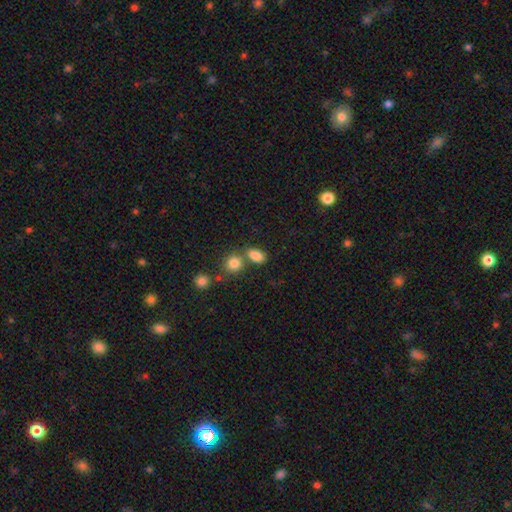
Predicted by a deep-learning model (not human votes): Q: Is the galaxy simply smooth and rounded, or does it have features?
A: smooth — 83%.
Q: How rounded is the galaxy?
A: in between — 81%.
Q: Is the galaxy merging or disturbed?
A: none — 57%.